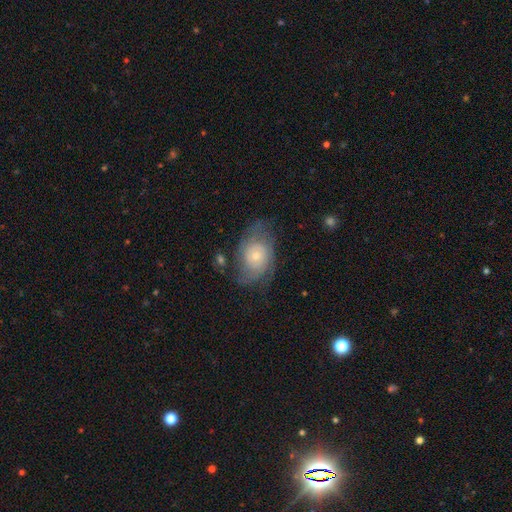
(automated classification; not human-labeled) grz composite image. It shows a featured or disk galaxy (70%) with no bar (78%), 2 (40%) tight (45%) spiral arms (87%) and a small central bulge (65%). Merging: none (61%).